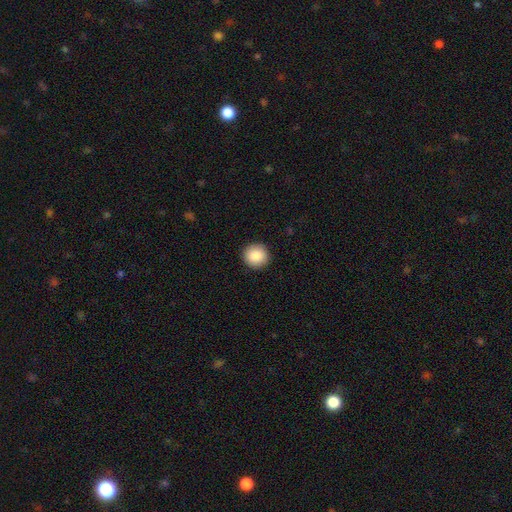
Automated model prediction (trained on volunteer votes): Q: Smooth or featured?
A: smooth (87%); runner-up: star or artifact (8%)
Q: How rounded?
A: round (93%); runner-up: in between (6%)
Q: Merging?
A: none (92%); runner-up: minor disturbance (5%)